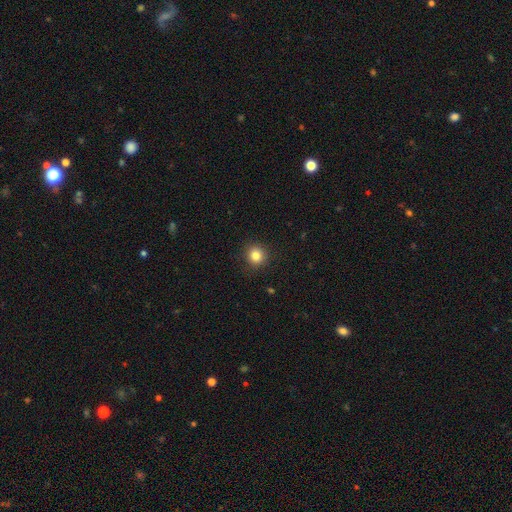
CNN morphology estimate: A smooth galaxy with no disk features (83%) that is round (91%). Merging: none (91%).